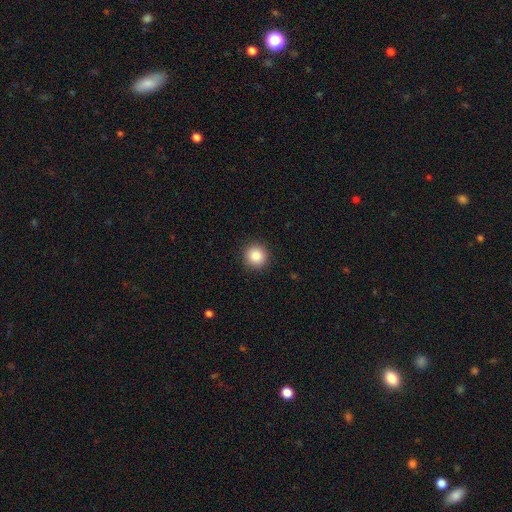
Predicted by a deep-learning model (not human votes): A smooth galaxy with no disk features (86%) that is round (94%).

Vote fractions:
- Smooth or featured? smooth: 86% / star or artifact: 10% / featured or disk: 4%
- How rounded? round: 94% / in between: 5% / cigar-shaped: 1%
- Merging? none: 92% / minor disturbance: 5% / major disturbance: 2% / merger: 1%